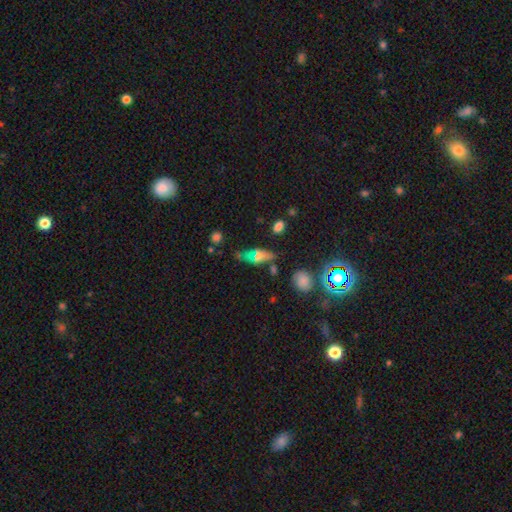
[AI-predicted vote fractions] smooth_or_featured: smooth (p=0.59) [alt: featured or disk p=0.29]
how_rounded: in between (p=0.58) [alt: cigar-shaped p=0.37]
merging: none (p=0.65) [alt: minor disturbance p=0.20]